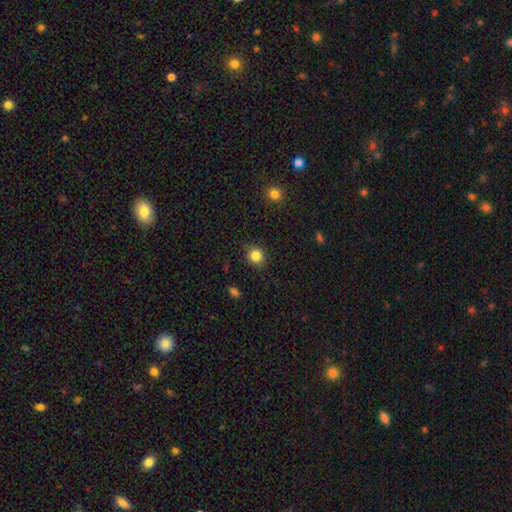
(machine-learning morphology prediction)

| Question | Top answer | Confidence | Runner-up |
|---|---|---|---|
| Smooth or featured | smooth | 85% | star or artifact (11%) |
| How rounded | round | 88% | in between (11%) |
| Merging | none | 88% | minor disturbance (8%) |